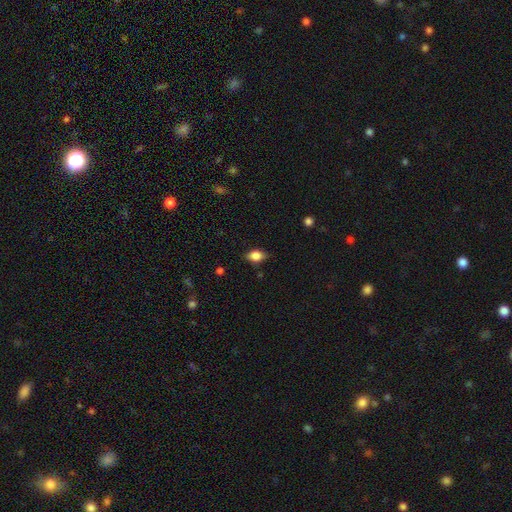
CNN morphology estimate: Overall: smooth (81%). How rounded: in between (77%). Merging: none (78%).